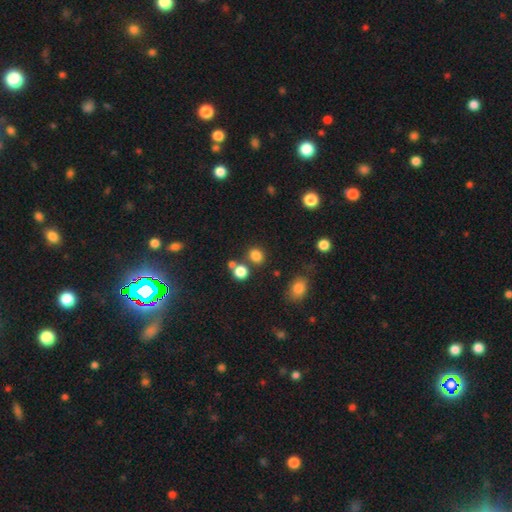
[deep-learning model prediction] Q: Smooth or featured?
A: smooth (81%); runner-up: star or artifact (14%)
Q: How rounded?
A: round (69%); runner-up: in between (30%)
Q: Merging?
A: none (75%); runner-up: merger (13%)